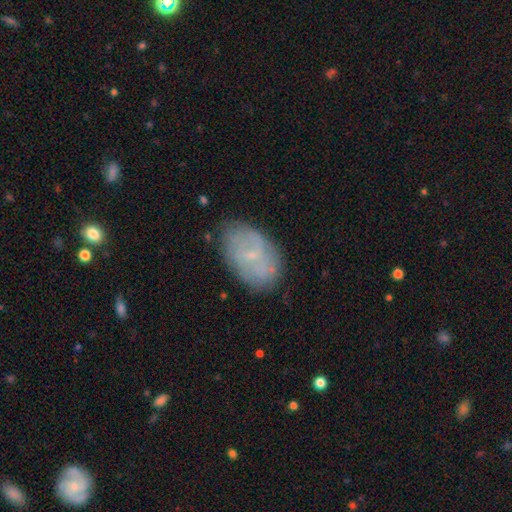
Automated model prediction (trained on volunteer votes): featured or disk 48%, smooth 40%, star or artifact 11%. Down the decision tree: merging — none (77%).